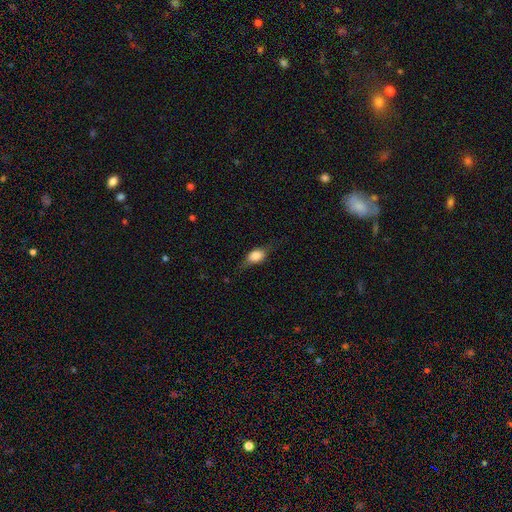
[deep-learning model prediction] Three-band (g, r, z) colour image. It shows a smooth galaxy with no disk features (66%) that is in between round and cigar-shaped (72%). Merging: none (64%).